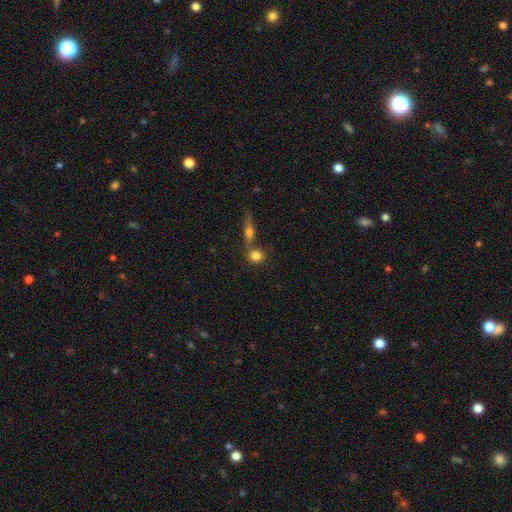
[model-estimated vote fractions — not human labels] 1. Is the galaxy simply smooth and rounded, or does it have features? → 81% smooth, 11% featured or disk, 9% star or artifact.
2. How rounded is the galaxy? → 76% round, 20% in between, 4% cigar-shaped.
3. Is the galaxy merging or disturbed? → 56% none, 30% merger, 10% minor disturbance, 4% major disturbance.